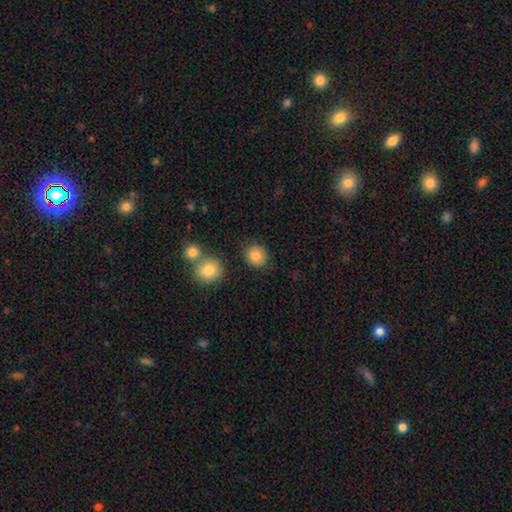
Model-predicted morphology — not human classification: Smooth or featured: smooth — 84% (star or artifact — 10%)
How rounded: round — 84% (in between — 15%)
Merging: none — 85% (minor disturbance — 8%)